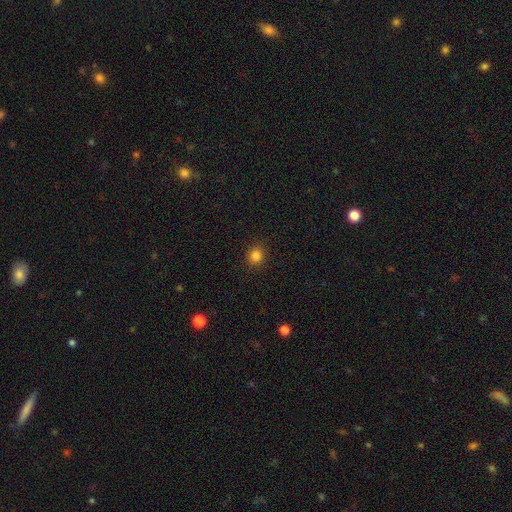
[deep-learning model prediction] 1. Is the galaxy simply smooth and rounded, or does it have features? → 84% smooth, 12% star or artifact, 3% featured or disk.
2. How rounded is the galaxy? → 87% round, 12% in between, 1% cigar-shaped.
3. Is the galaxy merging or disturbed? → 91% none, 6% minor disturbance, 2% major disturbance, 1% merger.